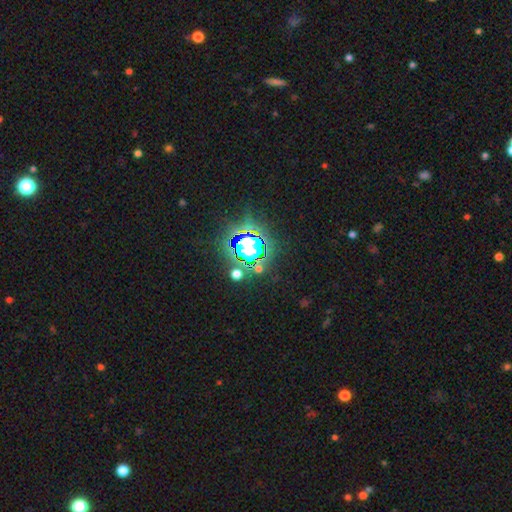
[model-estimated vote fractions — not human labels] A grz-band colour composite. It shows a star or artifact, not a galaxy (73%).